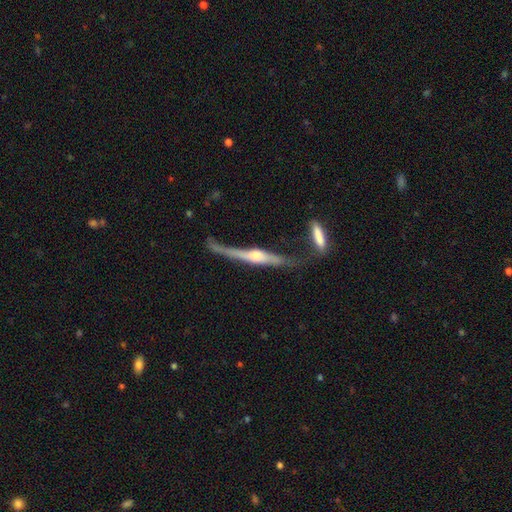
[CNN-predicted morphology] Smooth or featured?
  - featured or disk: 76% *
  - smooth: 18%
  - star or artifact: 6%
Edge-on disk?
  - yes: 91% *
  - no: 9%
Edge-on bulge?
  - rounded: 78% *
  - boxy: 13%
  - none: 9%
Merging?
  - none: 44% *
  - minor disturbance: 24%
  - merger: 16%
  - major disturbance: 16%